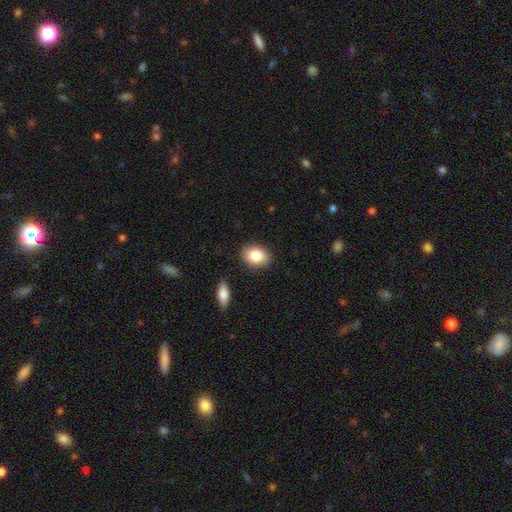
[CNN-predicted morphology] smooth_or_featured: smooth (p=0.86) [alt: featured or disk p=0.07]
how_rounded: in between (p=0.81) [alt: round p=0.18]
merging: none (p=0.86) [alt: minor disturbance p=0.09]